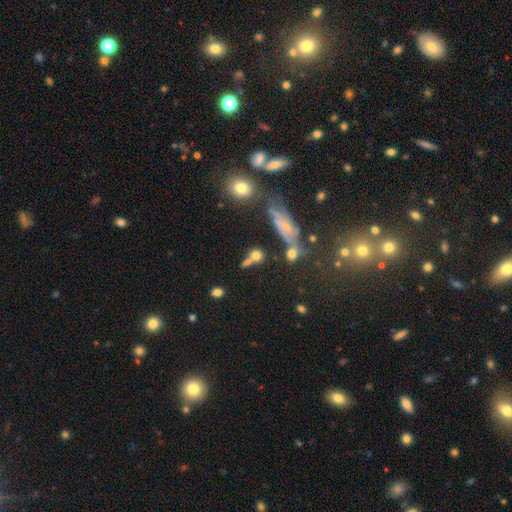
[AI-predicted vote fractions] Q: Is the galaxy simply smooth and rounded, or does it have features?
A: smooth — 64%.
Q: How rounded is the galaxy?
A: round — 66%.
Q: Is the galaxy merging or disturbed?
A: none — 46%.